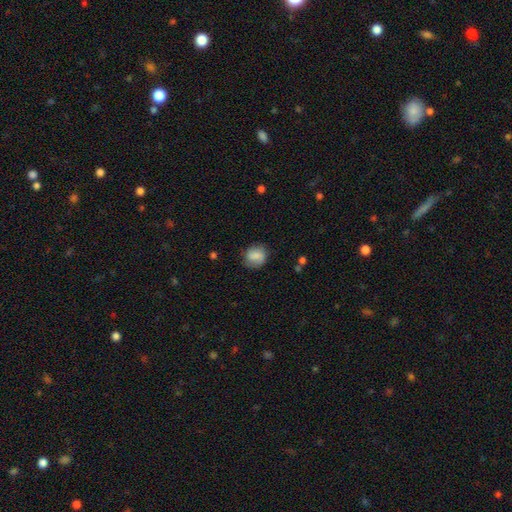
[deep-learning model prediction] smooth-or-featured: smooth: 77% | featured or disk: 15% | star or artifact: 8%
  how-rounded: round: 73% | in between: 26% | cigar-shaped: 1%
  merging: none: 73% | minor disturbance: 19% | major disturbance: 6% | merger: 2%